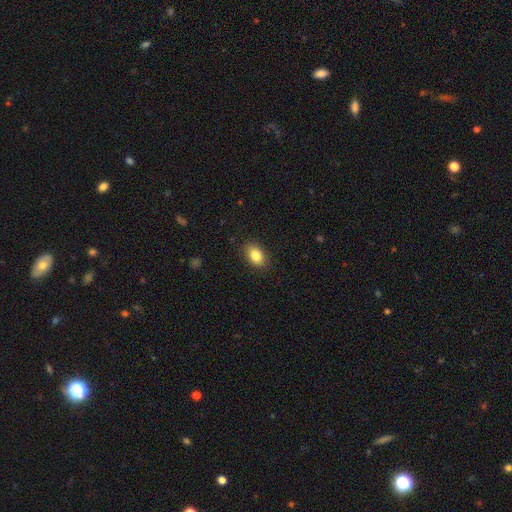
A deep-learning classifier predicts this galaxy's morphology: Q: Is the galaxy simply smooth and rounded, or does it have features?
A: smooth — 84%.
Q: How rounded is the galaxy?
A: in between — 84%.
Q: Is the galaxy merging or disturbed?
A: none — 87%.